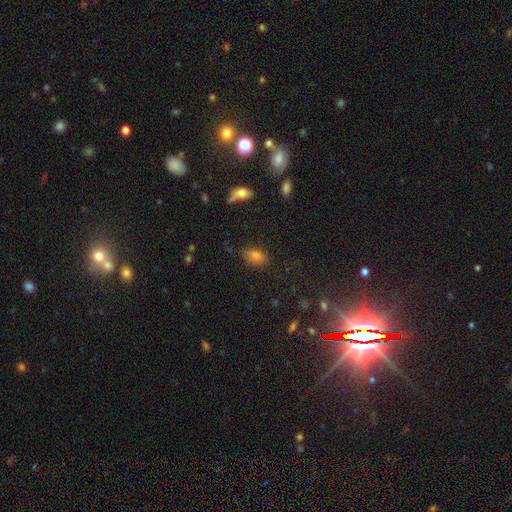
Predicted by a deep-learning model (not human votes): This appears to be a smooth galaxy with no disk features (78%) that is in between round and cigar-shaped (85%). Merging: none (74%).